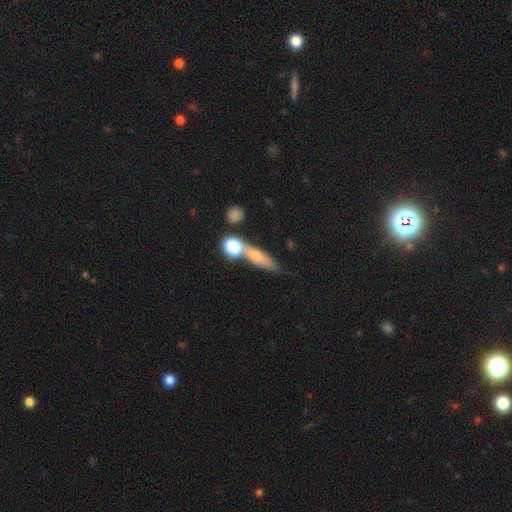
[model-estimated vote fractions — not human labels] A smooth galaxy with no disk features (67%) that is cigar-shaped (52%).

Vote fractions:
- Smooth or featured? smooth: 67% / featured or disk: 23% / star or artifact: 10%
- How rounded? cigar-shaped: 52% / in between: 34% / round: 14%
- Merging? none: 45% / merger: 35% / minor disturbance: 13% / major disturbance: 7%